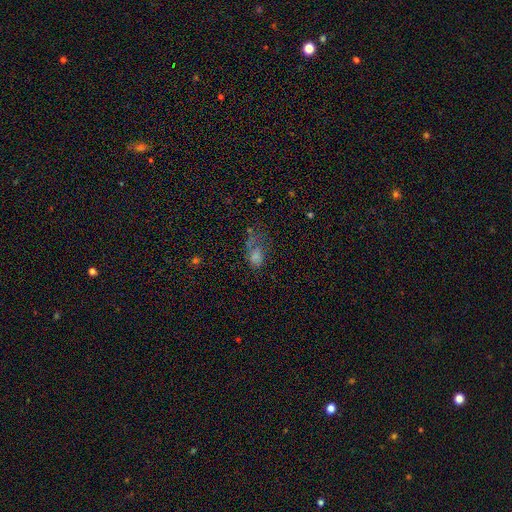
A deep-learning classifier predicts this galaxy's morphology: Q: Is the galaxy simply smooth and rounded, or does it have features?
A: smooth — 61%.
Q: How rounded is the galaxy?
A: in between — 79%.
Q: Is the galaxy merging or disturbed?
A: major disturbance — 41%.